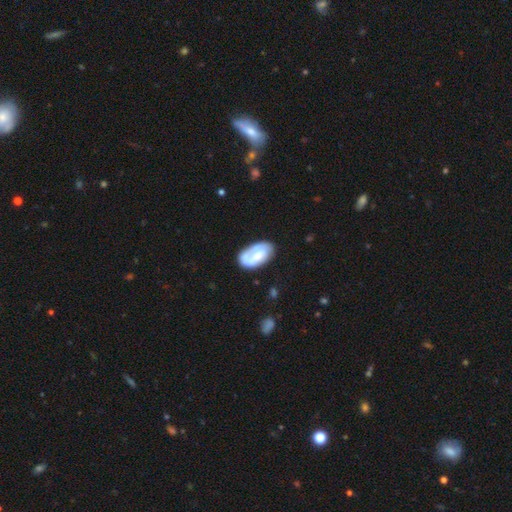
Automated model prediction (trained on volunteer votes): Smooth or featured: smooth — 49% (featured or disk — 45%)
Merging: none — 61% (minor disturbance — 25%)